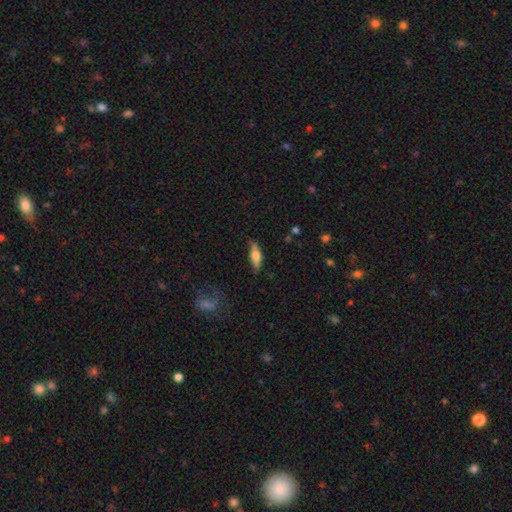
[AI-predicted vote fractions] A smooth galaxy with no disk features (58%) that is in between round and cigar-shaped (55%). Merging: none (71%).